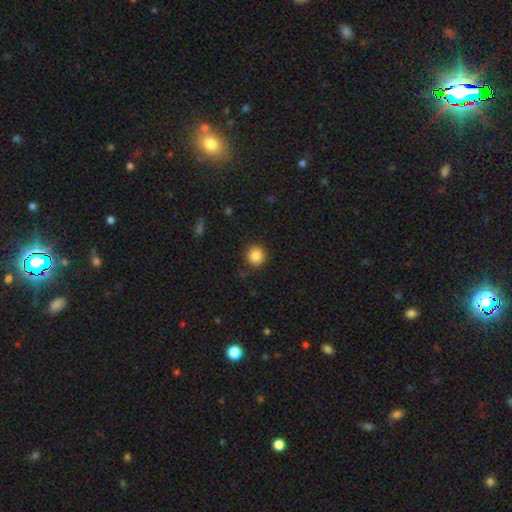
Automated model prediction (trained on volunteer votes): Overall: smooth (86%). How rounded: round (93%). Merging: none (89%).